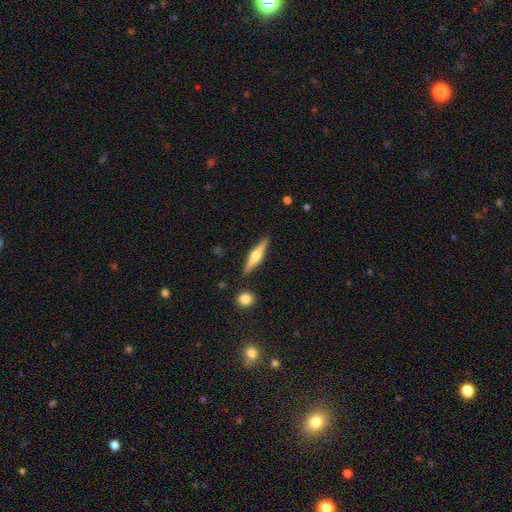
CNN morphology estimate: This is likely a featured or disk galaxy (65%). It is clearly viewed edge-on (97%). Edge-on bulge: clearly rounded (93%). Merging: clearly none (88%).